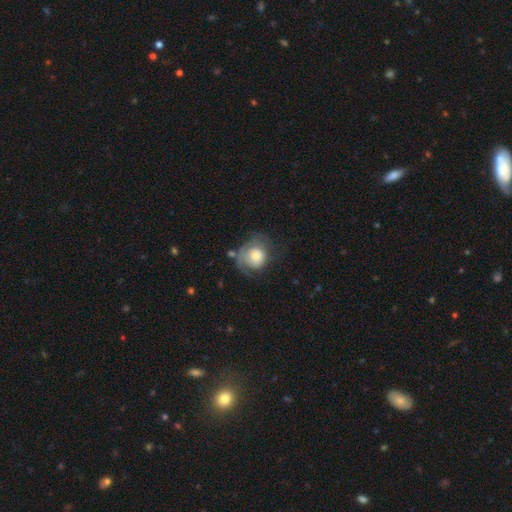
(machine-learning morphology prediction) This appears to be a smooth galaxy with no disk features (53%) that is round (74%). Merging: none (41%).